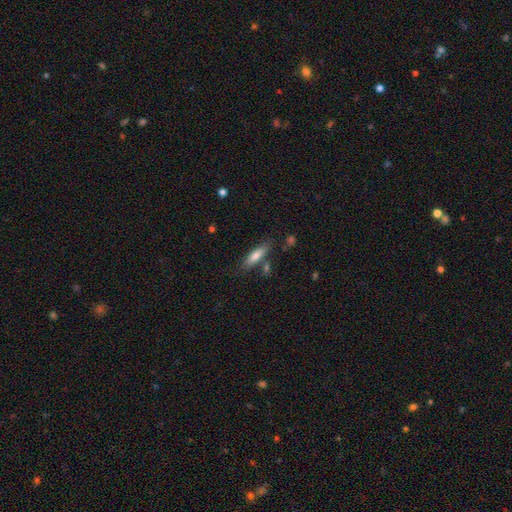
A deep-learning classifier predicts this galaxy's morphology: A smooth galaxy with no disk features (72%) that is cigar-shaped (61%).

Vote fractions:
- Smooth or featured? smooth: 72% / featured or disk: 22% / star or artifact: 7%
- How rounded? cigar-shaped: 61% / in between: 37% / round: 2%
- Merging? none: 74% / minor disturbance: 14% / merger: 8% / major disturbance: 4%